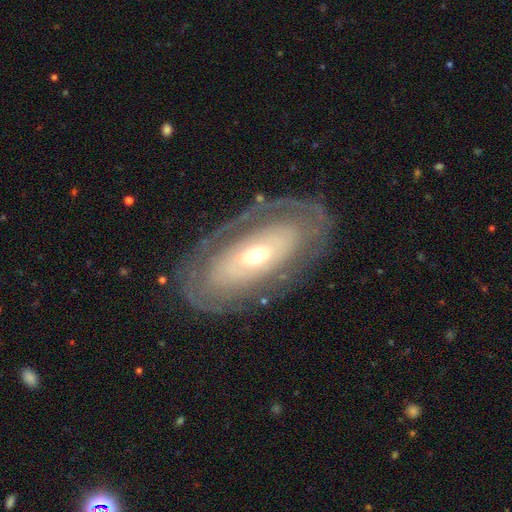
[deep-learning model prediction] Smooth or featured? featured or disk (75%)
Edge-on disk? no (90%)
Bar? no (71%)
Spiral arms? yes (57%)
Bulge size? moderate (53%)
Merging? none (76%)